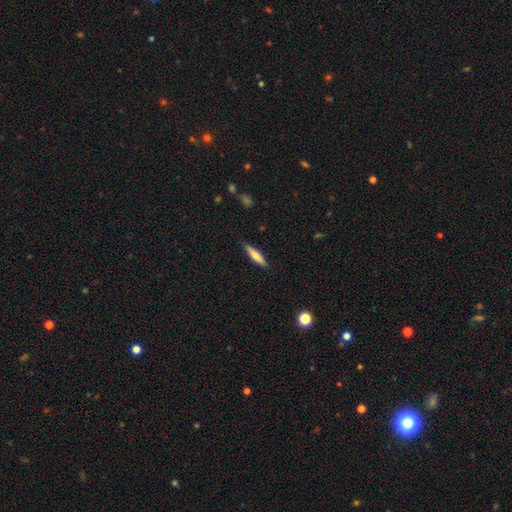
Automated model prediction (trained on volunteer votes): smooth-or-featured: smooth: 58% | featured or disk: 36% | star or artifact: 6%
  how-rounded: cigar-shaped: 84% | in between: 14% | round: 2%
  merging: none: 87% | minor disturbance: 9% | major disturbance: 2% | merger: 1%